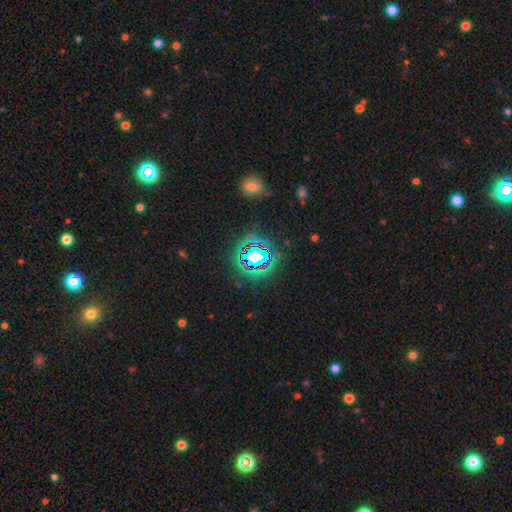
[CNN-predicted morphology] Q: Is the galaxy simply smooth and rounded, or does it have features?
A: star or artifact — 72%.